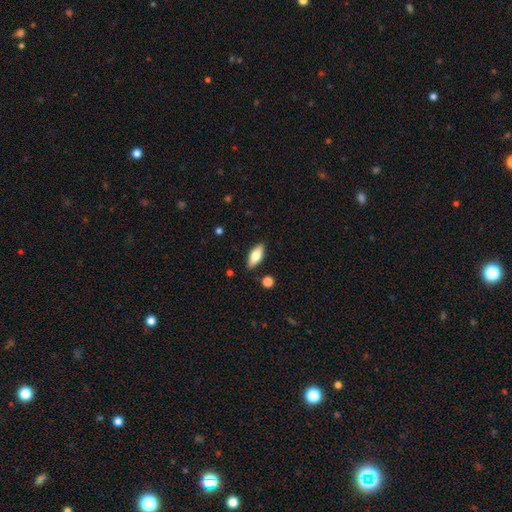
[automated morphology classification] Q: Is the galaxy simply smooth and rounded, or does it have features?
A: smooth — 66%.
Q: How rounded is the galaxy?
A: in between — 77%.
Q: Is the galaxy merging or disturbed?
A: none — 86%.